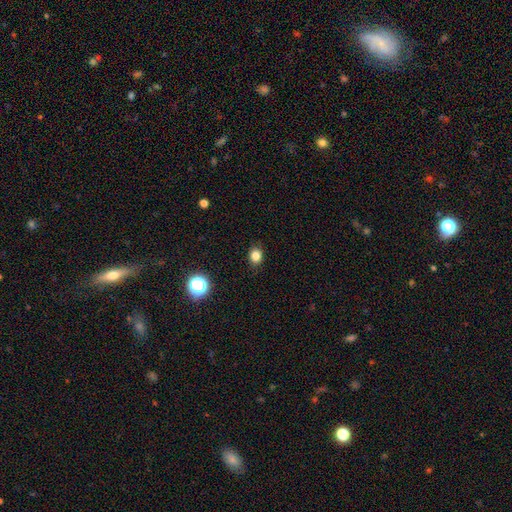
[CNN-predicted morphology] A smooth galaxy with no disk features (82%) that is round (57%). Merging: none (88%).